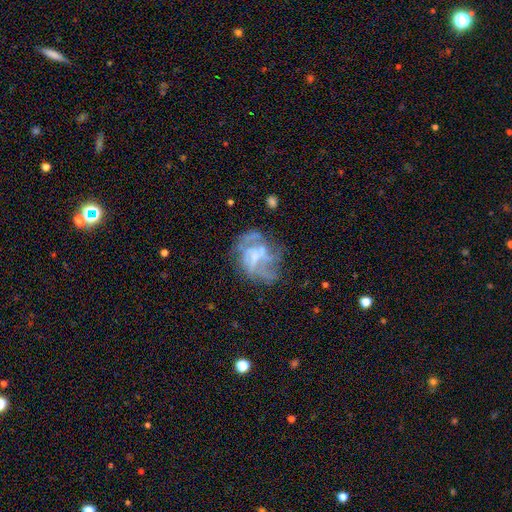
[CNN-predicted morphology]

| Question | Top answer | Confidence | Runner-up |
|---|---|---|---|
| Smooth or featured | featured or disk | 69% | smooth (18%) |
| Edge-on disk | no | 98% | yes (2%) |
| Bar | no | 65% | weak (27%) |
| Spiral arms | no | 56% | yes (44%) |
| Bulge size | none | 50% | small (24%) |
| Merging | none | 41% | major disturbance (33%) |